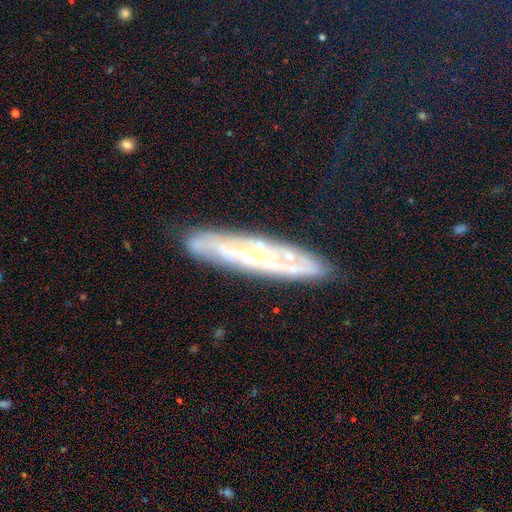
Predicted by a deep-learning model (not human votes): smooth_or_featured: featured or disk (p=0.71) [alt: smooth p=0.20]
disk_edge_on: yes (p=0.56) [alt: no p=0.44]
merging: none (p=0.81) [alt: minor disturbance p=0.14]